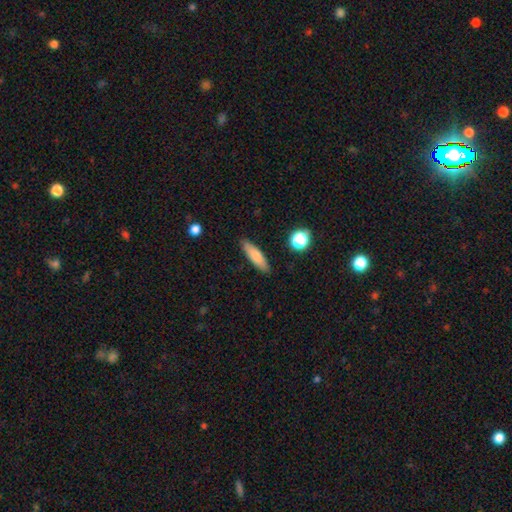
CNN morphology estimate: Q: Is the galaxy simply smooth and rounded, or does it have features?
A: smooth — 77%.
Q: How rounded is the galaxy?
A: cigar-shaped — 61%.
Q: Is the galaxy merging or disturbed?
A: none — 88%.